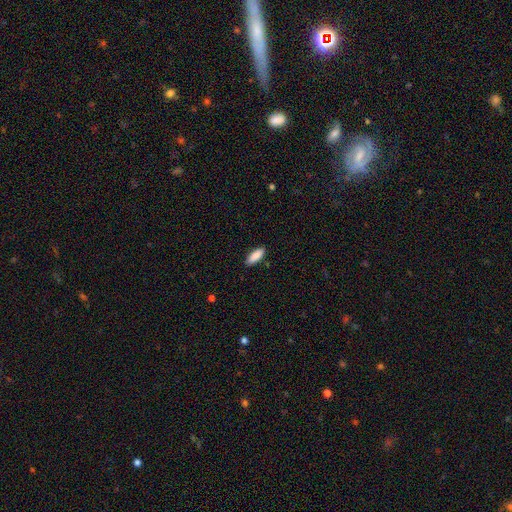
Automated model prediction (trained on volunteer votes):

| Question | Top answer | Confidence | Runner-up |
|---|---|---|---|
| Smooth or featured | smooth | 89% | star or artifact (6%) |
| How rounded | in between | 71% | cigar-shaped (27%) |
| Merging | none | 89% | minor disturbance (8%) |